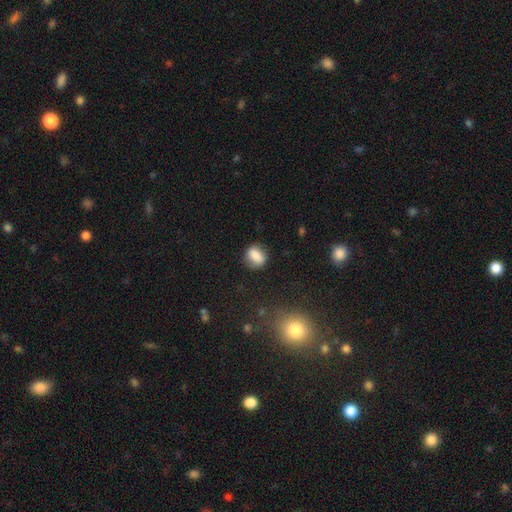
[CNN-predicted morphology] type=smooth (78%); roundness=in between (57%); merging=none (73%).